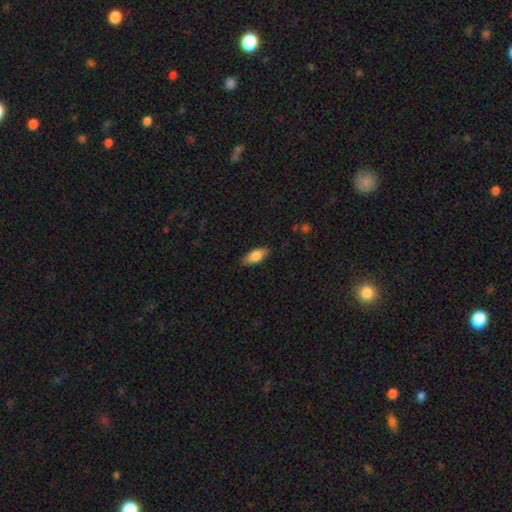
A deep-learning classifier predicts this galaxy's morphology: The model was most divided on "smooth or featured": smooth: 79%, featured or disk: 15%, star or artifact: 6%. More confident: merging — none (85%); how rounded — in between (84%).